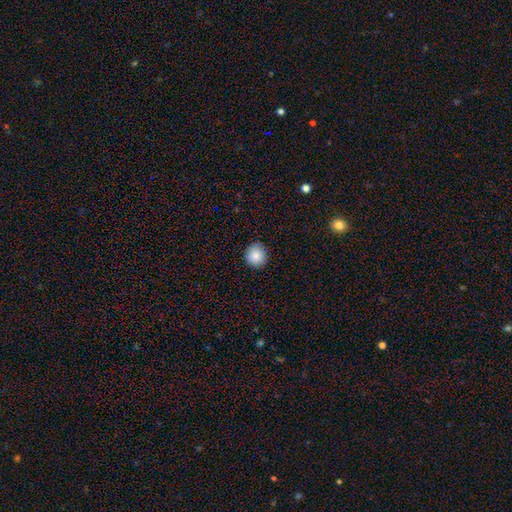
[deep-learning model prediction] This appears to be a smooth galaxy with no disk features (86%) that is round (90%). Merging: none (87%).